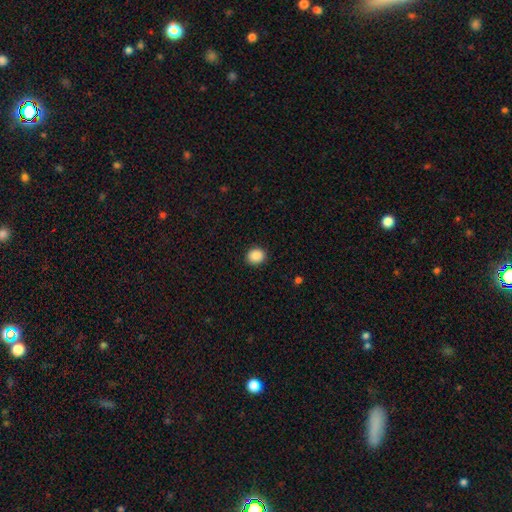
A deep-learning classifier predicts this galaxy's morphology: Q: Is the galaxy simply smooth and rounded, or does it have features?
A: smooth — 89%.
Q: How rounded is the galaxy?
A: round — 75%.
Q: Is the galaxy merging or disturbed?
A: none — 91%.